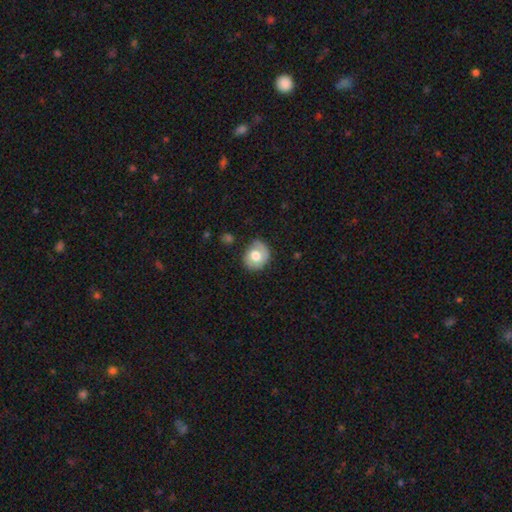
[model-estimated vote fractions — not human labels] This appears to be a smooth galaxy with no disk features (58%) that is round (67%). Merging: none (68%).